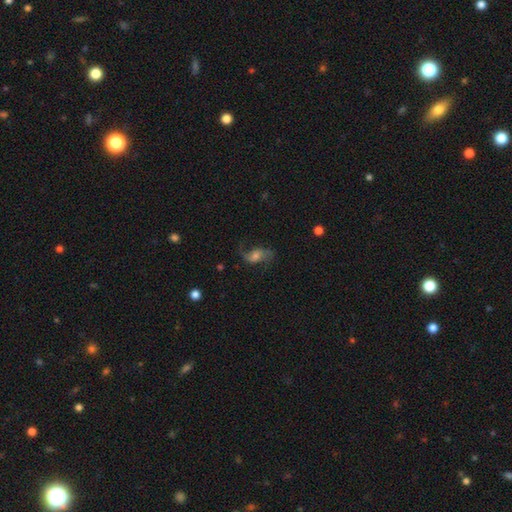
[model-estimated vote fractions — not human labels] featured or disk 72%, smooth 19%, star or artifact 9%. Down the decision tree: edge-on disk — no (96%); bar — no (53%); spiral arms — yes (93%); spiral arm count — 2 (88%); spiral winding — loose (71%); bulge size — moderate (48%); merging — none (67%).